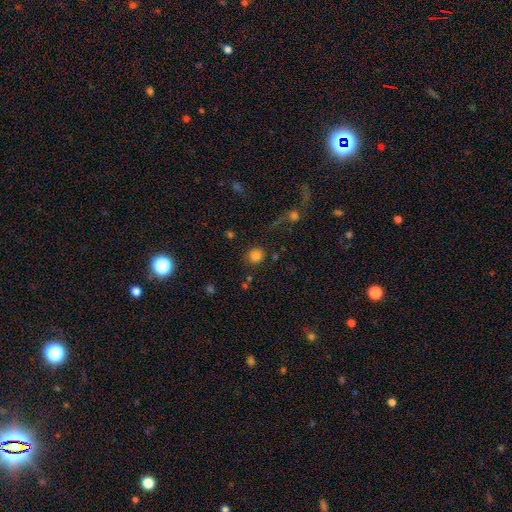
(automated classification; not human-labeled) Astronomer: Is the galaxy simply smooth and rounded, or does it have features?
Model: smooth — 83%.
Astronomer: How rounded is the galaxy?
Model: round — 91%.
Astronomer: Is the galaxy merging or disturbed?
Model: none — 84%.